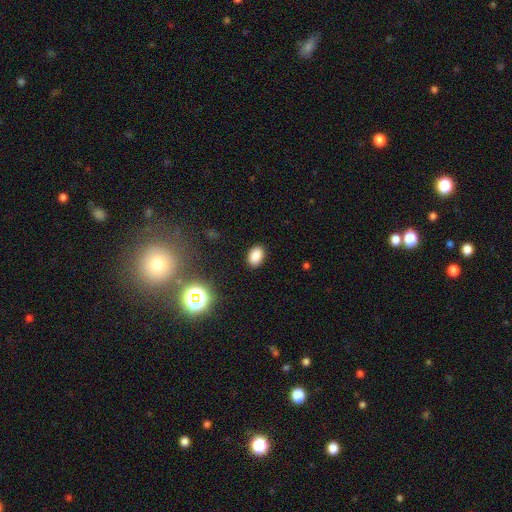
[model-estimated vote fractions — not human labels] Morphology: type=smooth (83%); roundness=in between (85%); merging=none (88%).